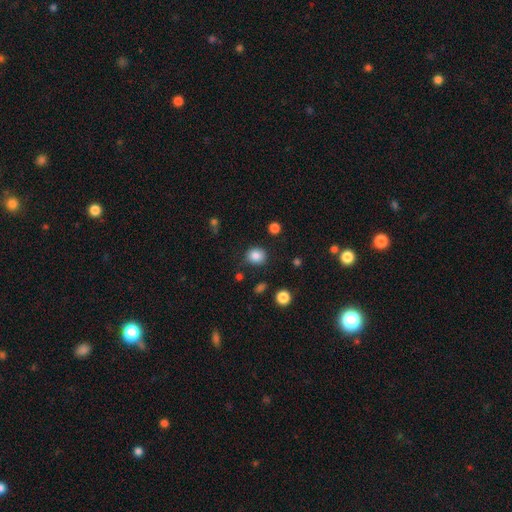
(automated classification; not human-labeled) A smooth galaxy with no disk features (85%) that is round (76%). Merging: none (83%).